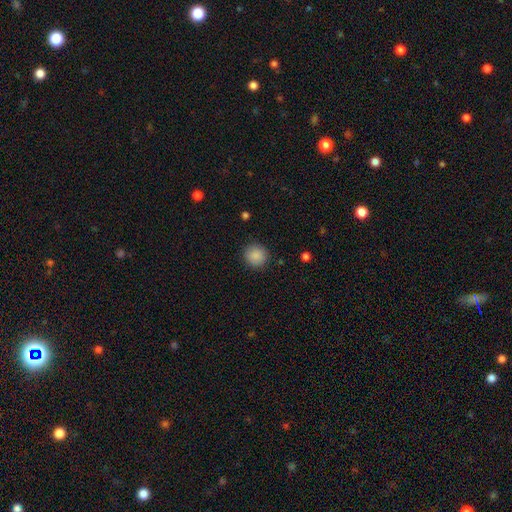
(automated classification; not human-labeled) This appears to be a smooth galaxy with no disk features (88%) that is round (91%). Merging: none (89%).